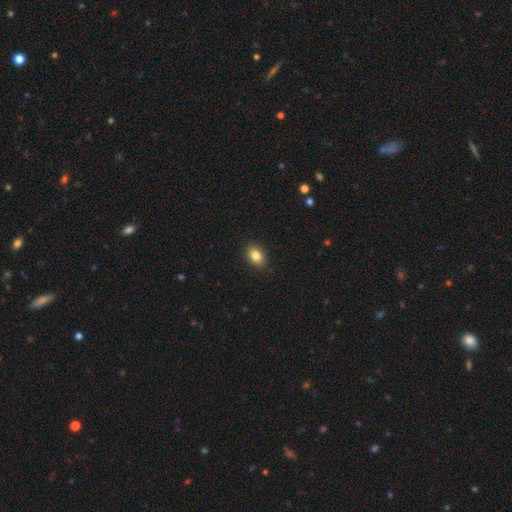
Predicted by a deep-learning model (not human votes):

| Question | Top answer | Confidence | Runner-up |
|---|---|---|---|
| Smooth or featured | smooth | 83% | star or artifact (10%) |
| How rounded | in between | 66% | round (33%) |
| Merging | none | 90% | minor disturbance (7%) |